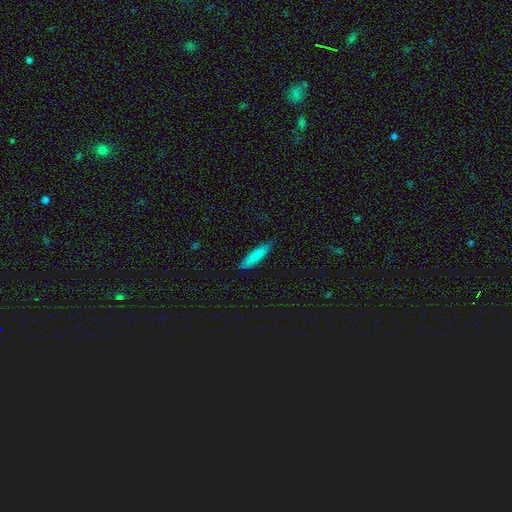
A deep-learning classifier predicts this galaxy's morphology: The model was most divided on "how rounded": cigar-shaped: 77%, in between: 22%, round: 1%. More confident: merging — none (86%); smooth or featured — smooth (85%).